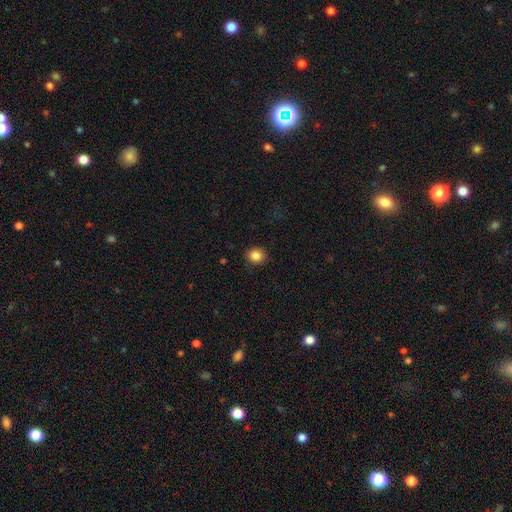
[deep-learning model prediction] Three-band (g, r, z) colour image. It shows a smooth galaxy with no disk features (86%) that is round (74%). Merging: none (88%).